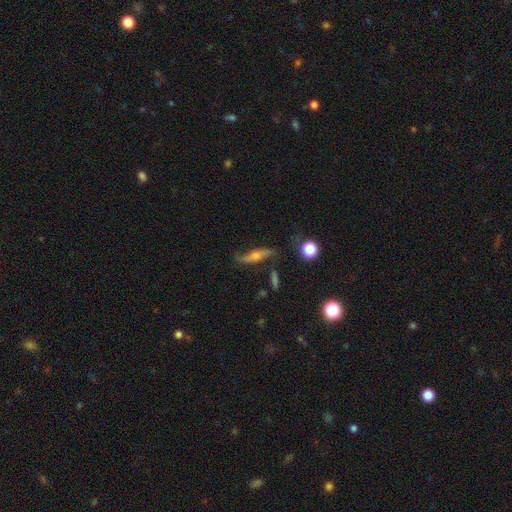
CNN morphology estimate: Q: Smooth or featured?
A: featured or disk (65%); runner-up: smooth (26%)
Q: Edge-on disk?
A: yes (53%); runner-up: no (47%)
Q: Merging?
A: none (68%); runner-up: minor disturbance (20%)